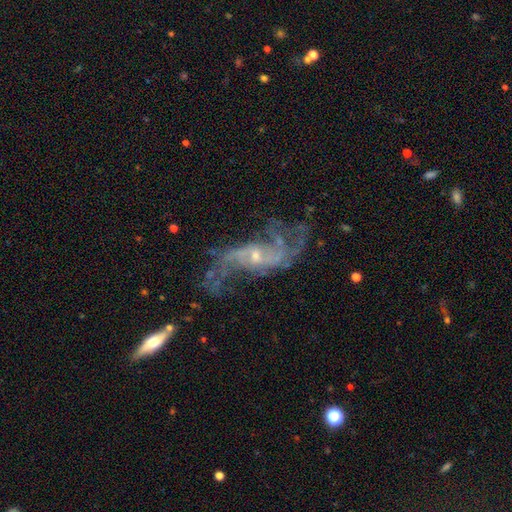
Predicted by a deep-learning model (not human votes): Smooth or featured? featured or disk (86%)
Edge-on disk? no (93%)
Bar? no (50%)
Spiral arms? yes (91%)
Spiral winding? loose (74%)
Spiral arm count? 2 (64%)
Bulge size? small (68%)
Merging? none (53%)